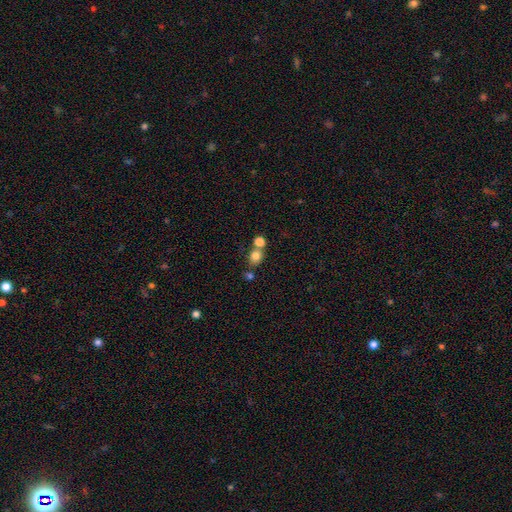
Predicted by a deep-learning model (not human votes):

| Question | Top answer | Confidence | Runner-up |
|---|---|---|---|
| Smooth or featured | smooth | 80% | star or artifact (12%) |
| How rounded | round | 69% | in between (30%) |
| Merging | none | 56% | merger (32%) |